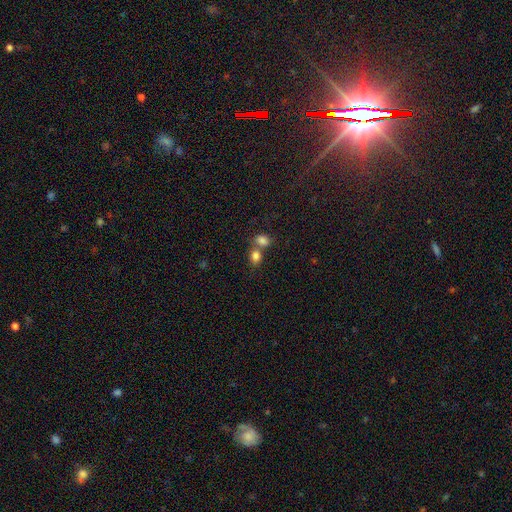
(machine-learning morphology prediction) Smooth or featured: smooth — 83% (star or artifact — 10%)
How rounded: in between — 53% (round — 46%)
Merging: merger — 48% (none — 41%)